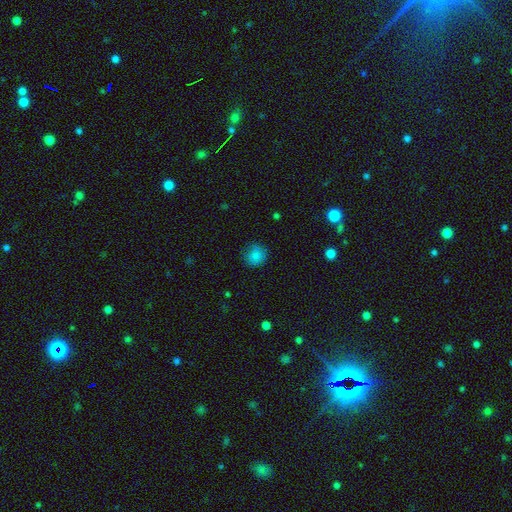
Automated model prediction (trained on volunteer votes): This is clearly a smooth galaxy (83%). How rounded: clearly round (87%). Merging: likely none (79%).